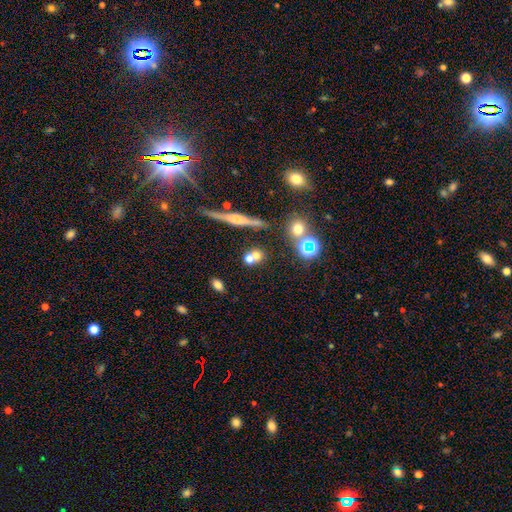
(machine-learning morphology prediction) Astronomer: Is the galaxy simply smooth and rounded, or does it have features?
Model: smooth — 58%.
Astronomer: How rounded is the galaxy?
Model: round — 78%.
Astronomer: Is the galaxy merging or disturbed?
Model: none — 54% (runner-up: merger, 34%).